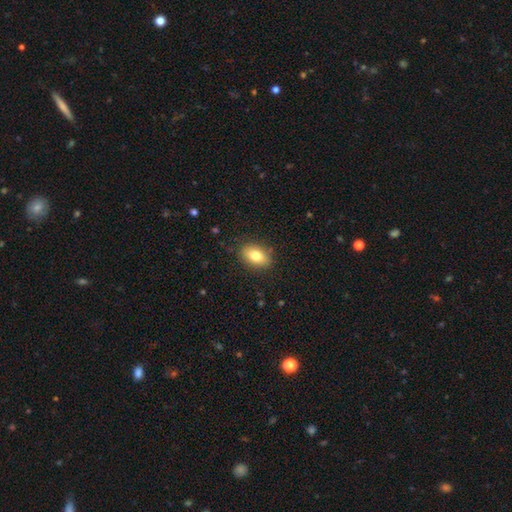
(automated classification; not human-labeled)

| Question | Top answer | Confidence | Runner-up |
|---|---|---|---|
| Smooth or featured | smooth | 78% | featured or disk (14%) |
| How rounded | in between | 84% | round (13%) |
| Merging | none | 86% | minor disturbance (10%) |